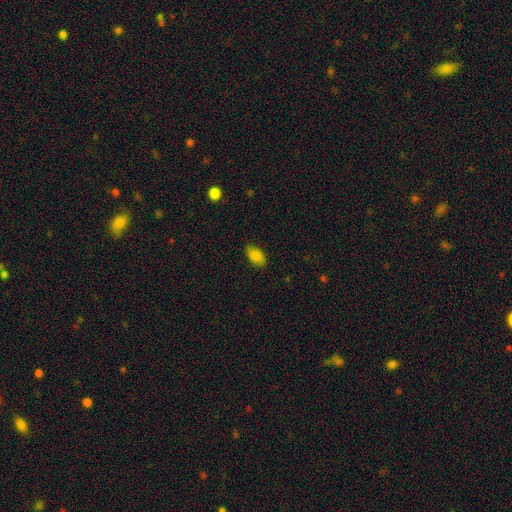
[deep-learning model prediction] smooth_or_featured: smooth (p=0.85) [alt: star or artifact p=0.08]
how_rounded: in between (p=0.92) [alt: round p=0.05]
merging: none (p=0.82) [alt: minor disturbance p=0.14]